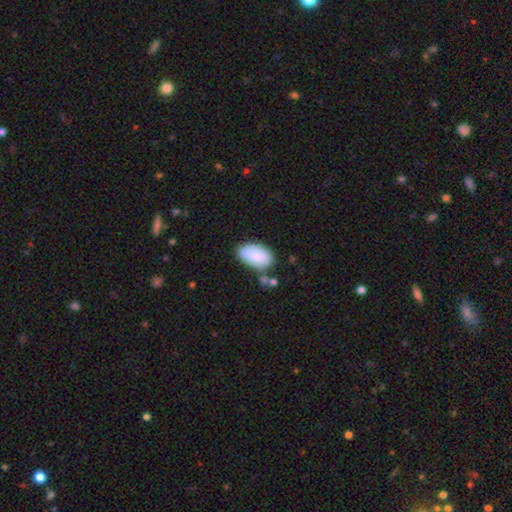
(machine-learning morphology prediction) Smooth or featured: smooth — 84% (featured or disk — 9%)
How rounded: in between — 95% (round — 4%)
Merging: none — 63% (minor disturbance — 22%)